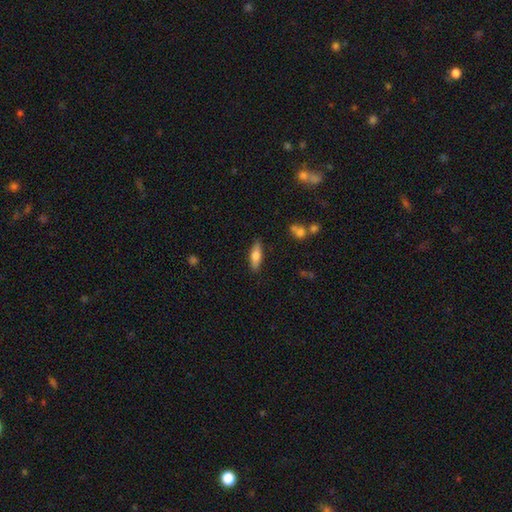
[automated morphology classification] smooth_or_featured: smooth (p=0.61) [alt: featured or disk p=0.32]
how_rounded: in between (p=0.50) [alt: cigar-shaped p=0.48]
merging: none (p=0.85) [alt: minor disturbance p=0.11]